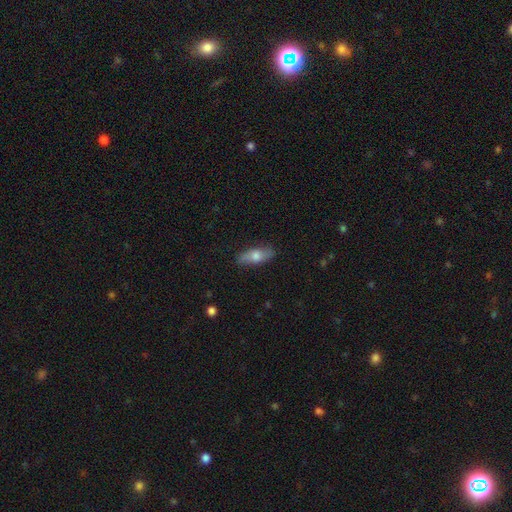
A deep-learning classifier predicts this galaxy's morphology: Smooth or featured: smooth — 61% (featured or disk — 32%)
How rounded: in between — 68% (cigar-shaped — 28%)
Merging: none — 80% (minor disturbance — 15%)